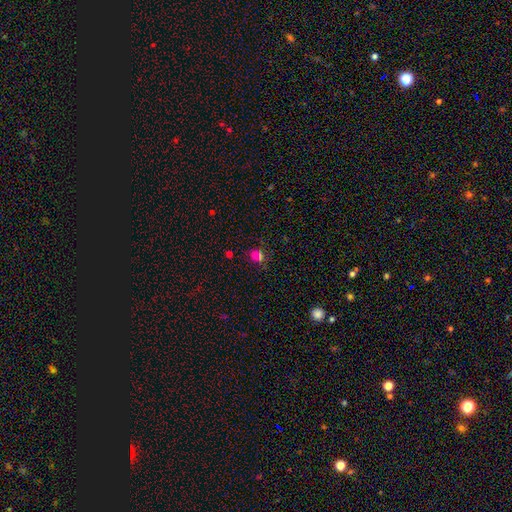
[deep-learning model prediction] Smooth or featured? smooth (54%)
How rounded? round (66%)
Merging? none (71%)